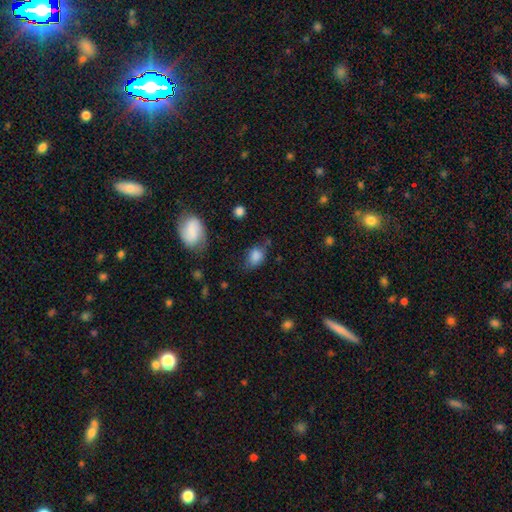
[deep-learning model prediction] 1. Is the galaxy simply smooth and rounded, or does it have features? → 81% smooth, 10% star or artifact, 10% featured or disk.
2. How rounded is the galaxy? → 74% in between, 24% round, 2% cigar-shaped.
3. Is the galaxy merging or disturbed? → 57% none, 29% minor disturbance, 11% major disturbance, 4% merger.